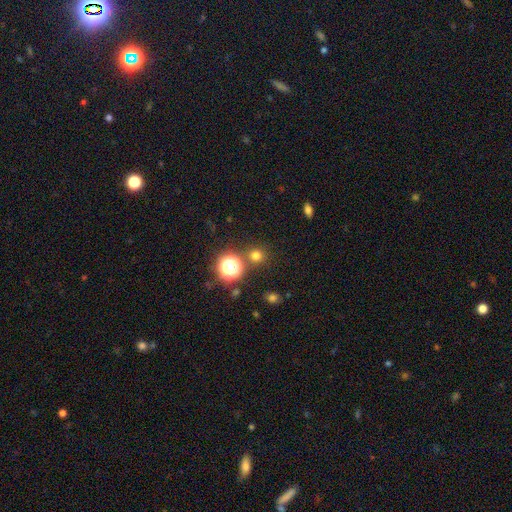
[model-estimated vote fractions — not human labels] Q: Smooth or featured?
A: smooth (70%); runner-up: star or artifact (24%)
Q: How rounded?
A: round (92%); runner-up: in between (7%)
Q: Merging?
A: none (84%); runner-up: minor disturbance (7%)